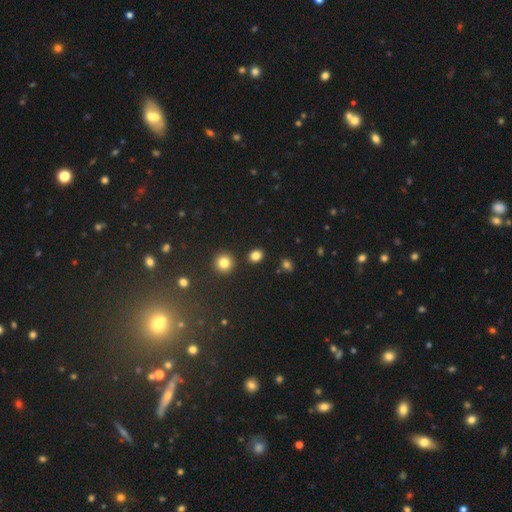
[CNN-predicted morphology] Q: Smooth or featured?
A: smooth (82%); runner-up: star or artifact (13%)
Q: How rounded?
A: round (56%); runner-up: in between (43%)
Q: Merging?
A: none (86%); runner-up: minor disturbance (7%)